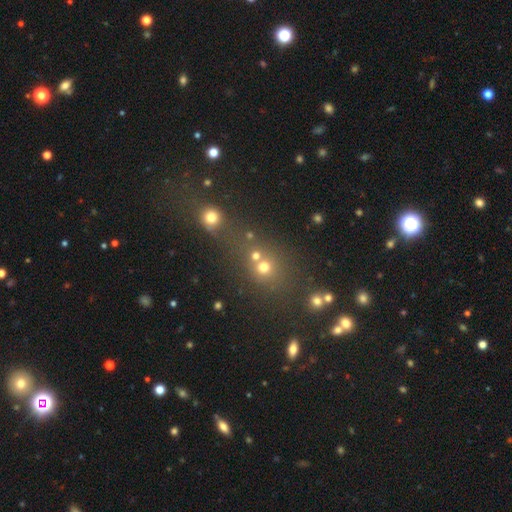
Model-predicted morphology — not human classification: type=smooth (67%); roundness=round (85%); merging=none (54%).